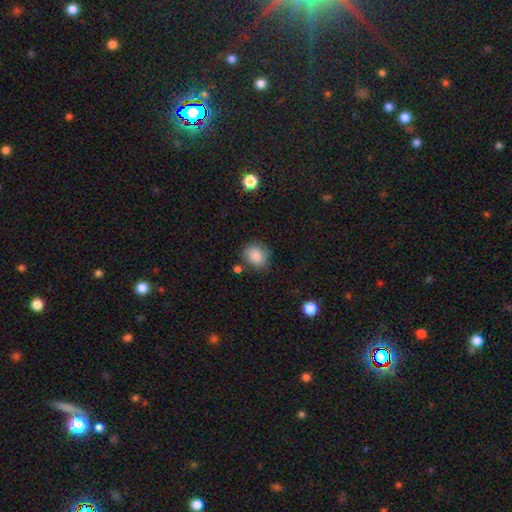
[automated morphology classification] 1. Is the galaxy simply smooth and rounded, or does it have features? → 85% smooth, 9% star or artifact, 6% featured or disk.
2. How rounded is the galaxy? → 56% round, 43% in between, 1% cigar-shaped.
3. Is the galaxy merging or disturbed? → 71% none, 19% minor disturbance, 5% merger, 5% major disturbance.